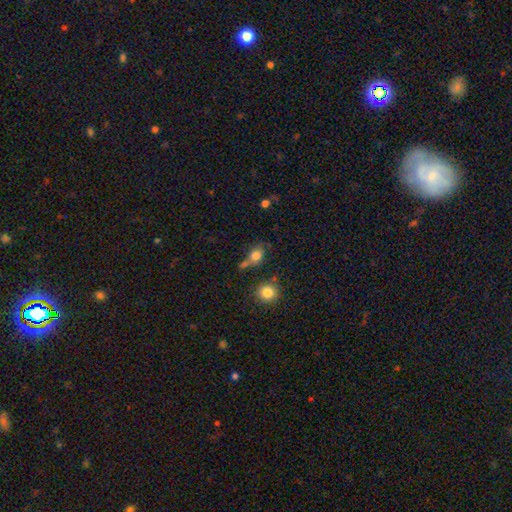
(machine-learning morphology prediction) smooth-or-featured: smooth: 75% | featured or disk: 13% | star or artifact: 12%
  how-rounded: in between: 55% | round: 41% | cigar-shaped: 4%
  merging: none: 46% | merger: 23% | minor disturbance: 20% | major disturbance: 11%